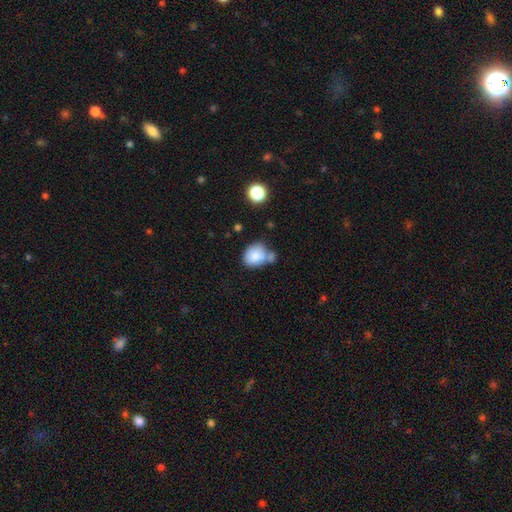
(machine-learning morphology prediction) smooth_or_featured: smooth (p=0.82) [alt: featured or disk p=0.10]
how_rounded: round (p=0.50) [alt: in between p=0.49]
merging: none (p=0.42) [alt: merger p=0.32]